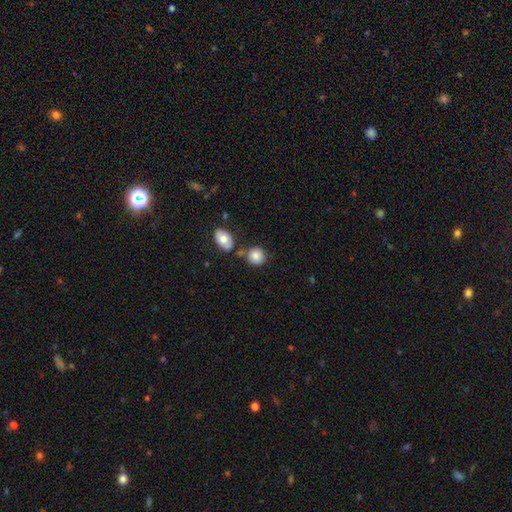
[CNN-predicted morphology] Smooth or featured: smooth — 84% (featured or disk — 8%)
How rounded: round — 77% (in between — 22%)
Merging: none — 69% (merger — 15%)